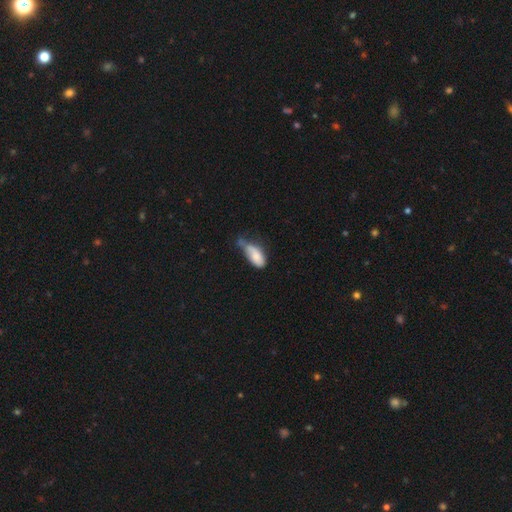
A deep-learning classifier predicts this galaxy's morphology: smooth 77%, featured or disk 15%, star or artifact 7%. Down the decision tree: how rounded — in between (87%); merging — minor disturbance (41%).